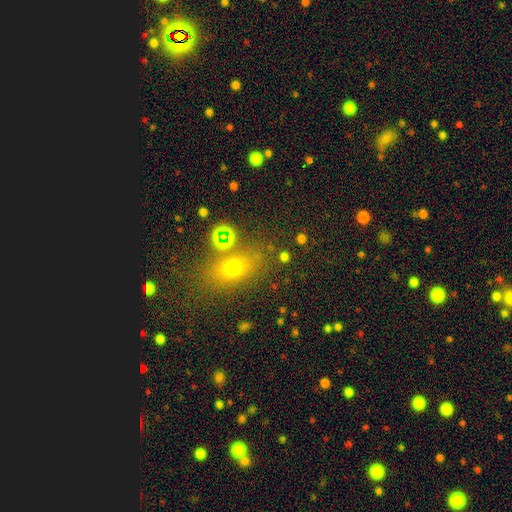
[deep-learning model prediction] Overall: smooth (54%; star or artifact 31%). How rounded: in between (58%; round 33%). Merging: none (68%).